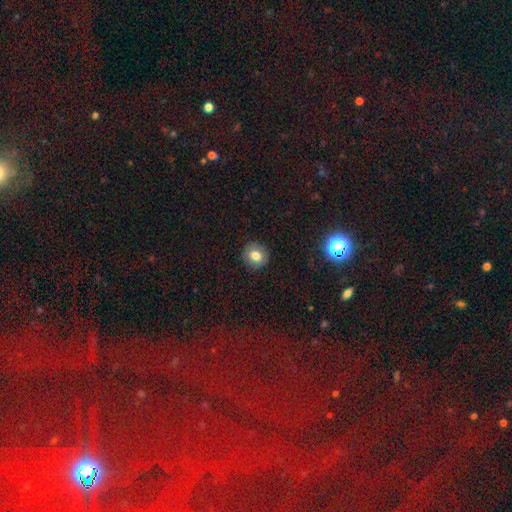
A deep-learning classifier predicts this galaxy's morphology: This appears to be a smooth galaxy with no disk features (78%) that is round (86%). Merging: none (89%).